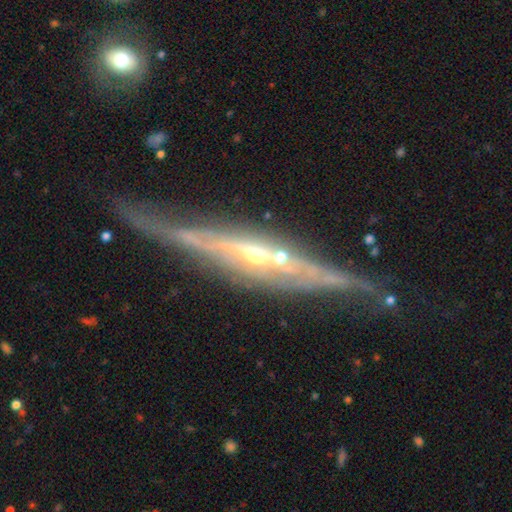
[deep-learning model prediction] Smooth or featured: featured or disk — 86% (smooth — 8%)
Edge-on disk: yes — 92% (no — 8%)
Edge-on bulge: rounded — 63% (none — 25%)
Merging: none — 71% (minor disturbance — 17%)